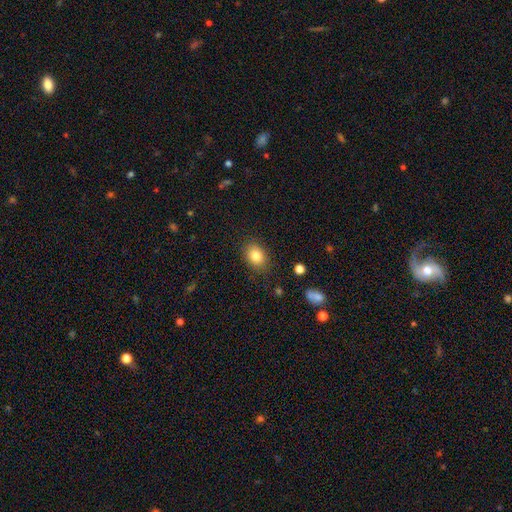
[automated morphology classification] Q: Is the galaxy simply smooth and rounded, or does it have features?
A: smooth — 83%.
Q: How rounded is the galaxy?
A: in between — 63%.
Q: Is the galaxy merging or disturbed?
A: none — 83%.